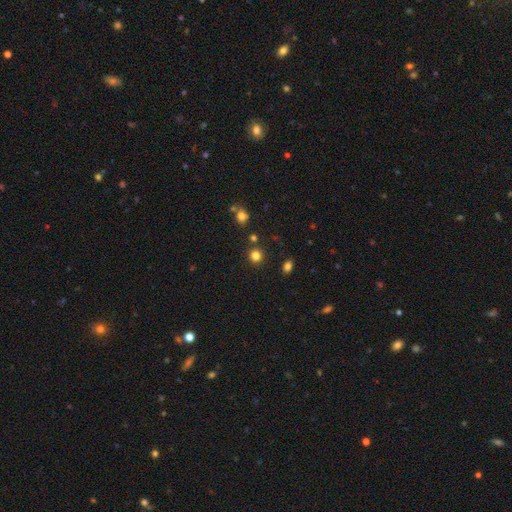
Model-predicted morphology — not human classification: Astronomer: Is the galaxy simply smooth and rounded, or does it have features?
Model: smooth — 80%.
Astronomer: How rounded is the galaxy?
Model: round — 90%.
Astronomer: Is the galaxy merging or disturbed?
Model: none — 85%.